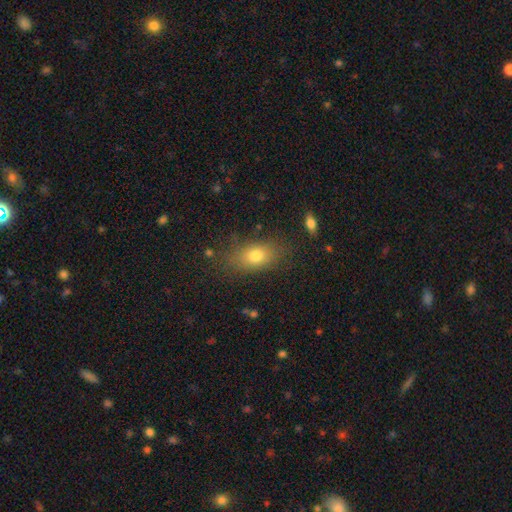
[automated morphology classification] smooth-or-featured: smooth: 75% | featured or disk: 14% | star or artifact: 12%
  how-rounded: in between: 79% | round: 15% | cigar-shaped: 7%
  merging: none: 79% | minor disturbance: 14% | major disturbance: 5% | merger: 2%